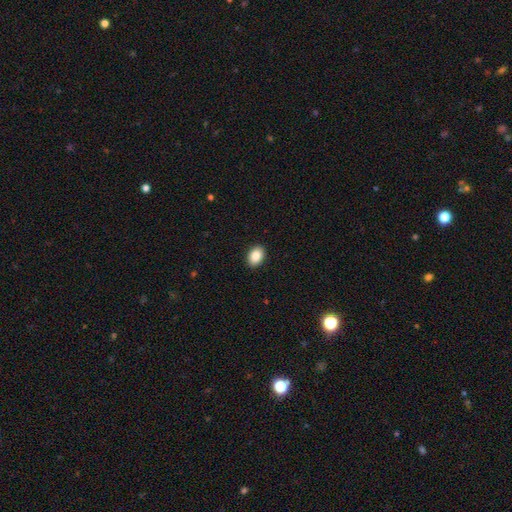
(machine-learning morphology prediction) Smooth or featured? Predicted: smooth (p=0.87). How rounded? Predicted: in between (p=0.82). Merging? Predicted: none (p=0.91).